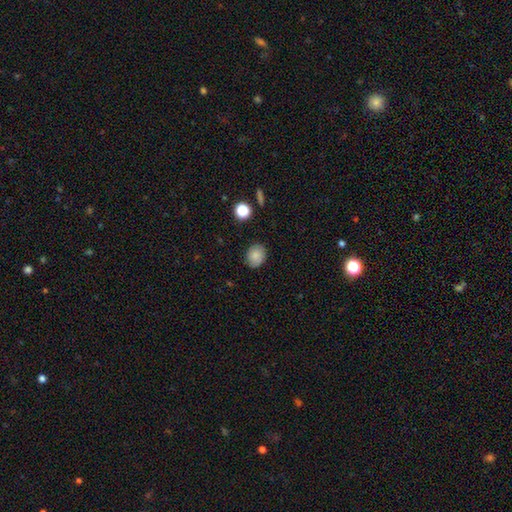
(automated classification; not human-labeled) Smooth or featured: smooth — 83% (star or artifact — 10%)
How rounded: in between — 51% (round — 48%)
Merging: none — 84% (minor disturbance — 12%)